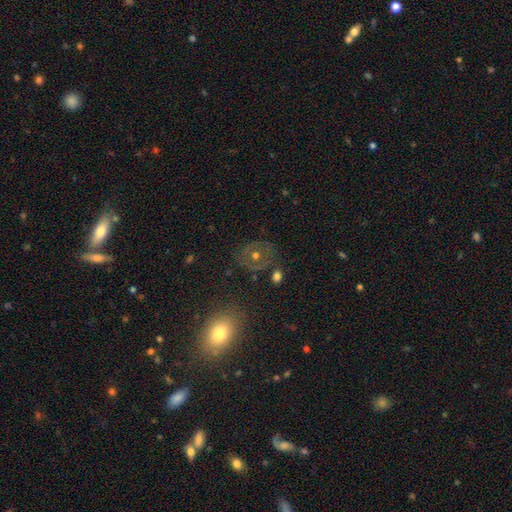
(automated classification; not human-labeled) This appears to be a featured or disk galaxy (41%). Merging: none (76%).